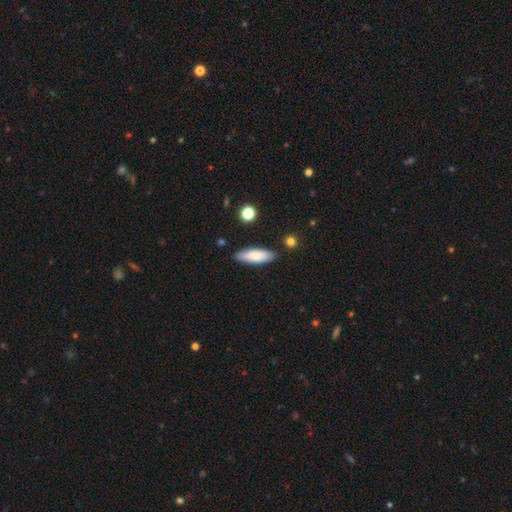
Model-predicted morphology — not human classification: A smooth galaxy with no disk features (78%) that is in between round and cigar-shaped (56%).

Vote fractions:
- Smooth or featured? smooth: 78% / featured or disk: 15% / star or artifact: 6%
- How rounded? in between: 56% / cigar-shaped: 42% / round: 2%
- Merging? none: 85% / minor disturbance: 10% / merger: 2% / major disturbance: 2%